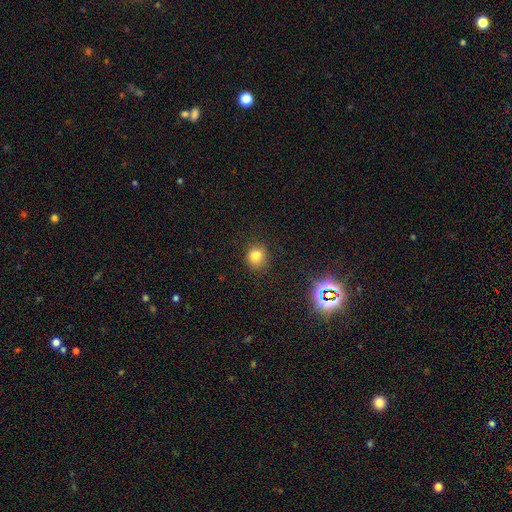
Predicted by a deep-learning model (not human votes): Smooth or featured: smooth — 80% (star or artifact — 15%)
How rounded: round — 73% (in between — 26%)
Merging: none — 81% (minor disturbance — 13%)